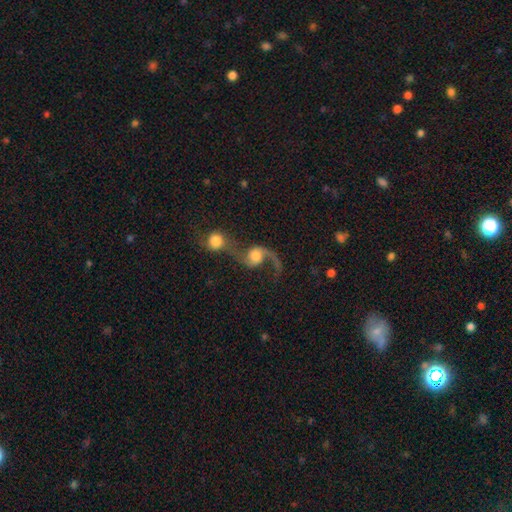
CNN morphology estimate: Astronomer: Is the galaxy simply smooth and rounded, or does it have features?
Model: featured or disk — 75%.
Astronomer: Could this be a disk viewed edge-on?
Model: no — 97%.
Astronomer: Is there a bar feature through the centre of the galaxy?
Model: no — 67%.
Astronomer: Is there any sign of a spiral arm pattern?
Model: yes — 93%.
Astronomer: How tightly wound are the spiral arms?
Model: loose — 84%.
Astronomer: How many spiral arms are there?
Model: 2 — 77%.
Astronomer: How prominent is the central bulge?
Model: moderate — 43% (runner-up: large, 33%).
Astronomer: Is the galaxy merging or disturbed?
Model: merger — 60%.